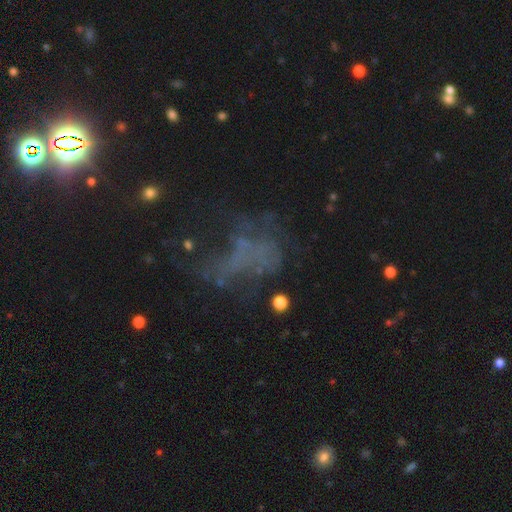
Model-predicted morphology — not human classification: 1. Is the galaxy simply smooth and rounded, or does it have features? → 43% star or artifact, 36% featured or disk, 21% smooth.